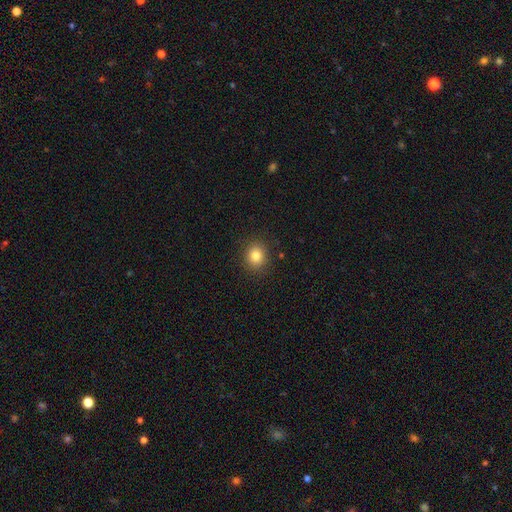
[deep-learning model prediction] This is clearly a smooth galaxy (83%). How rounded: likely round (77%). Merging: clearly none (89%).